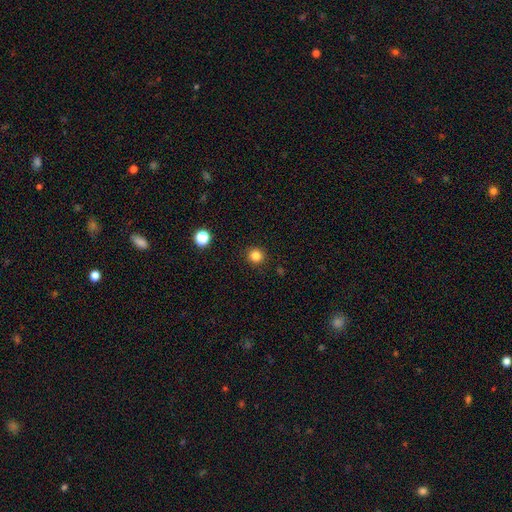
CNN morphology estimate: smooth-or-featured: smooth: 83% | star or artifact: 13% | featured or disk: 4%
  how-rounded: round: 93% | in between: 6% | cigar-shaped: 1%
  merging: none: 92% | minor disturbance: 5% | major disturbance: 2% | merger: 1%